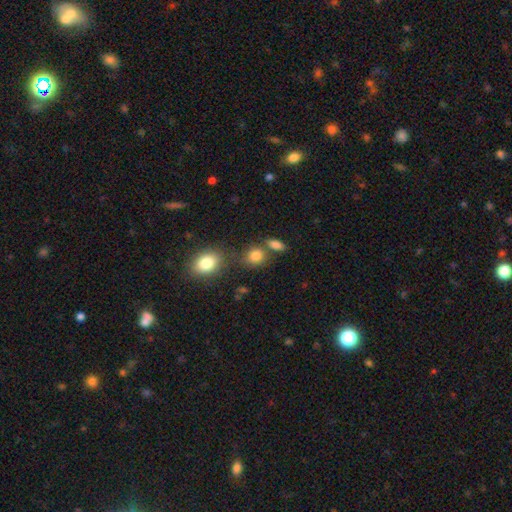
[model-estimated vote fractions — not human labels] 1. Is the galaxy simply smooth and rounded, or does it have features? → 82% smooth, 11% star or artifact, 7% featured or disk.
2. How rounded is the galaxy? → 59% round, 39% in between, 2% cigar-shaped.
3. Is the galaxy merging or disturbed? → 63% none, 20% merger, 13% minor disturbance, 5% major disturbance.